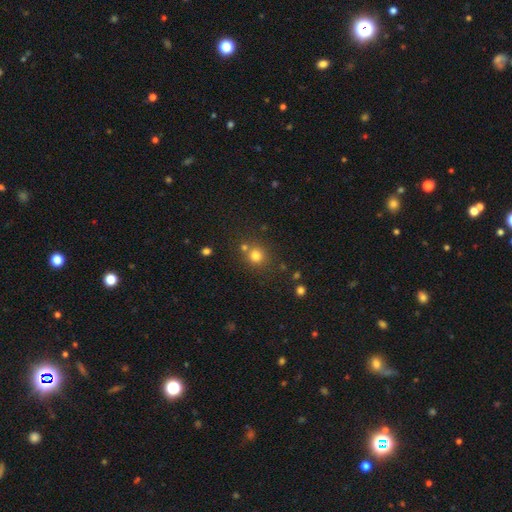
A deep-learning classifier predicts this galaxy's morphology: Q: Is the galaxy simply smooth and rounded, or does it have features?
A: smooth — 77%.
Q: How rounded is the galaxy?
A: round — 88%.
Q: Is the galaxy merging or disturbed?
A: none — 70%.